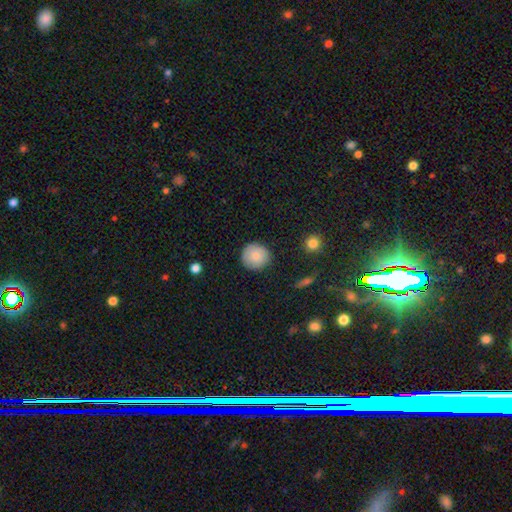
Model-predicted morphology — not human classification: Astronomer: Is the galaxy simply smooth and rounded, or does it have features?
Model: smooth — 85%.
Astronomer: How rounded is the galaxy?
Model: round — 94%.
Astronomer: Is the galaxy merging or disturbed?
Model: none — 88%.